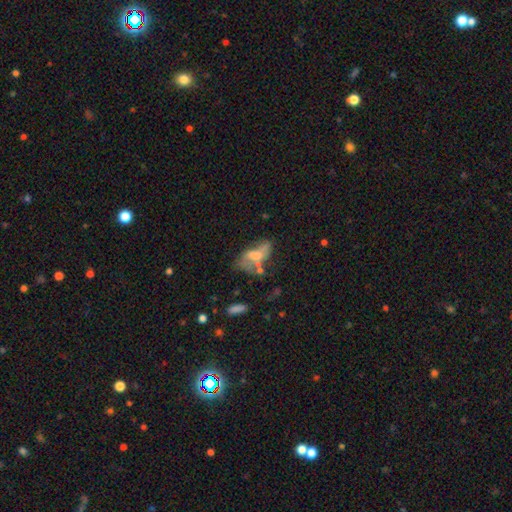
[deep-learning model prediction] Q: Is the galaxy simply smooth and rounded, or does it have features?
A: featured or disk — 48%.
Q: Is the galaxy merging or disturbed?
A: major disturbance — 30%.